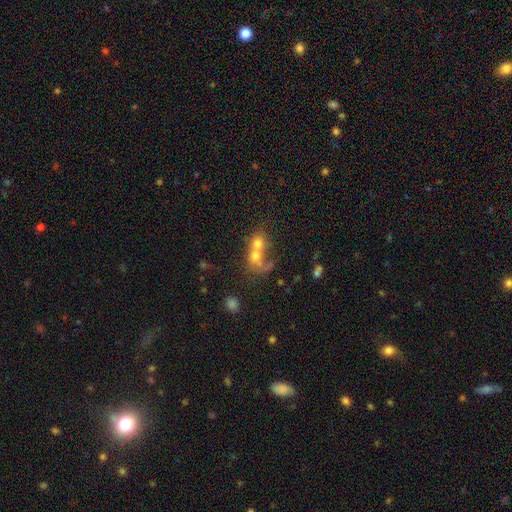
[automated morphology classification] smooth 56%, featured or disk 30%, star or artifact 14%. Down the decision tree: how rounded — round (54%); merging — merger (75%).